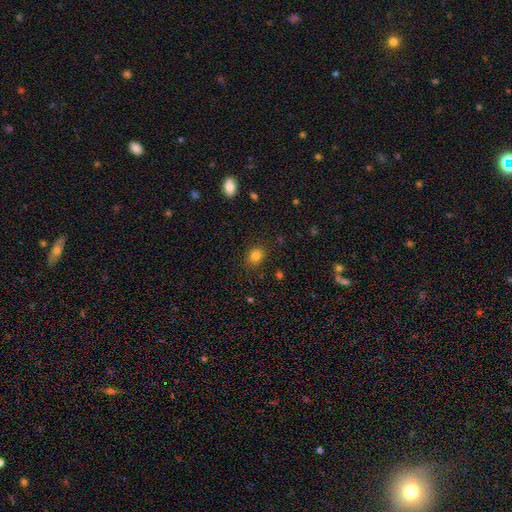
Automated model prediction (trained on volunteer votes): This is clearly a smooth galaxy (83%). How rounded: possibly round (57%). Merging: clearly none (86%).